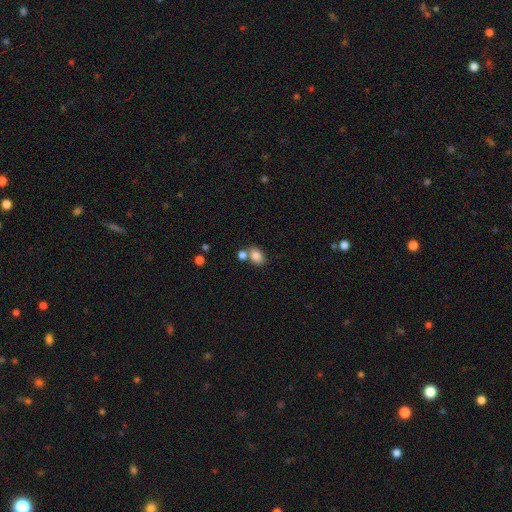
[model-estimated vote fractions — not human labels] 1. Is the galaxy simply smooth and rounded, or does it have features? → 83% smooth, 9% star or artifact, 8% featured or disk.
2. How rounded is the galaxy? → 77% in between, 22% round, 1% cigar-shaped.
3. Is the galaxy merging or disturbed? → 53% none, 31% merger, 12% minor disturbance, 4% major disturbance.